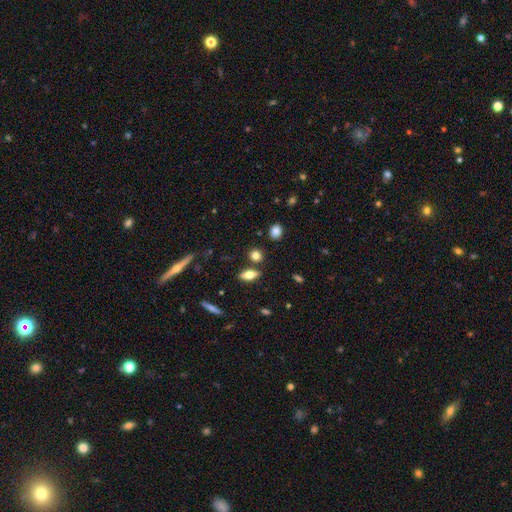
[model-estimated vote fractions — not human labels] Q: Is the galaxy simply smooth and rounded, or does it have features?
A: smooth — 77%.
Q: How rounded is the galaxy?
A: round — 48%.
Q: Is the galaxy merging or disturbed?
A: none — 79%.